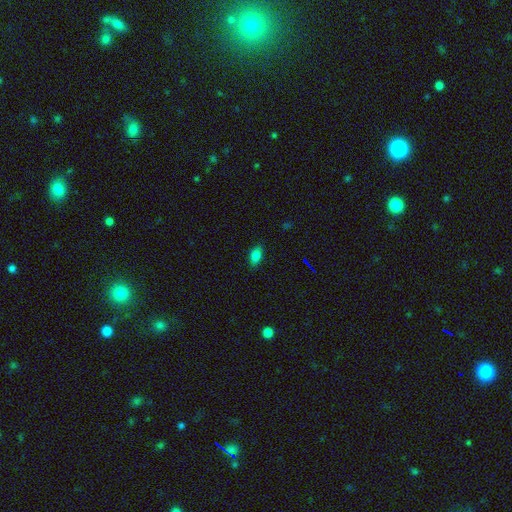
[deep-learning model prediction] Morphology: type=smooth (80%); roundness=in between (87%); merging=none (85%).